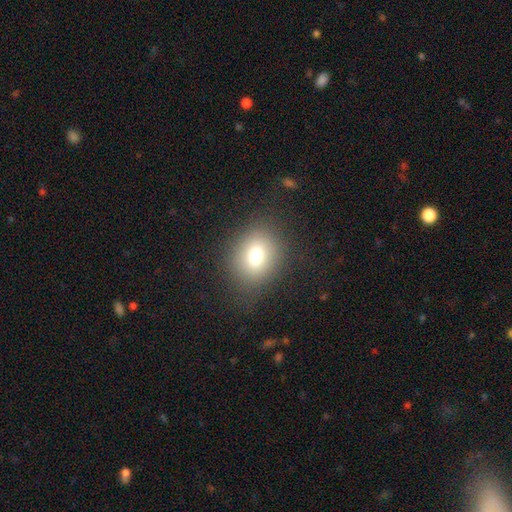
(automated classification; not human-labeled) Smooth or featured?
  - smooth: 73% *
  - star or artifact: 14%
  - featured or disk: 12%
How rounded?
  - round: 60% *
  - in between: 39%
  - cigar-shaped: 1%
Merging?
  - none: 82% *
  - minor disturbance: 11%
  - major disturbance: 6%
  - merger: 1%